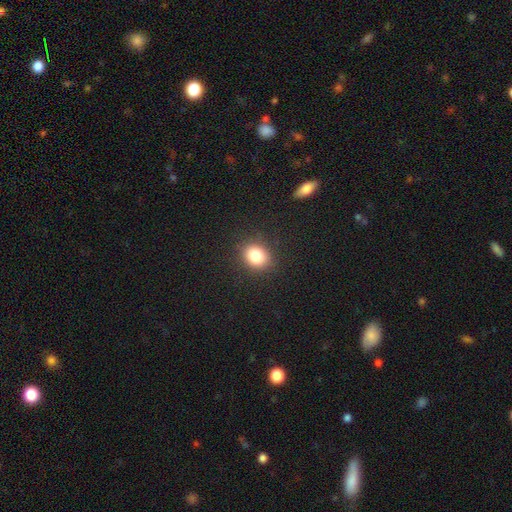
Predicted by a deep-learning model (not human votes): A smooth galaxy with no disk features (82%) that is round (66%). Merging: none (88%).